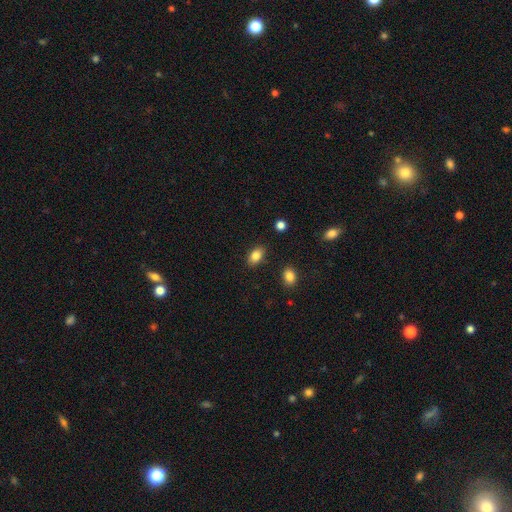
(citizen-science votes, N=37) This appears to be a smooth galaxy with no disk features (84%) that is in between round and cigar-shaped (97%). Merging: none (89%).